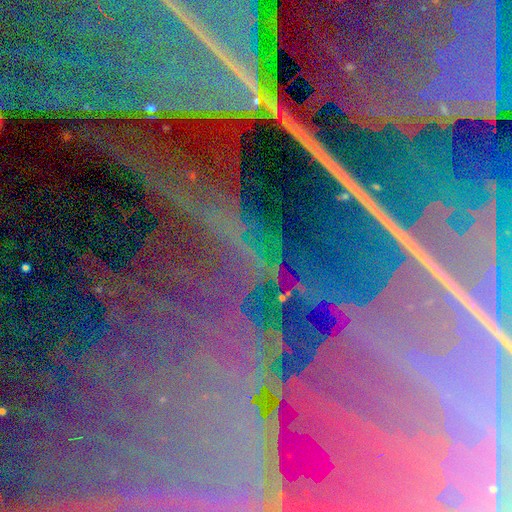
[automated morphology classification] smooth_or_featured: star or artifact (p=0.87) [alt: featured or disk p=0.08]